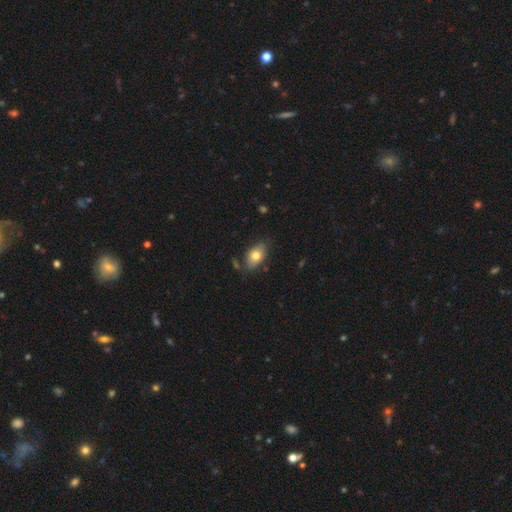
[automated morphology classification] smooth-or-featured: smooth: 74% | featured or disk: 18% | star or artifact: 8%
  how-rounded: in between: 88% | round: 9% | cigar-shaped: 3%
  merging: none: 73% | minor disturbance: 19% | major disturbance: 4% | merger: 4%